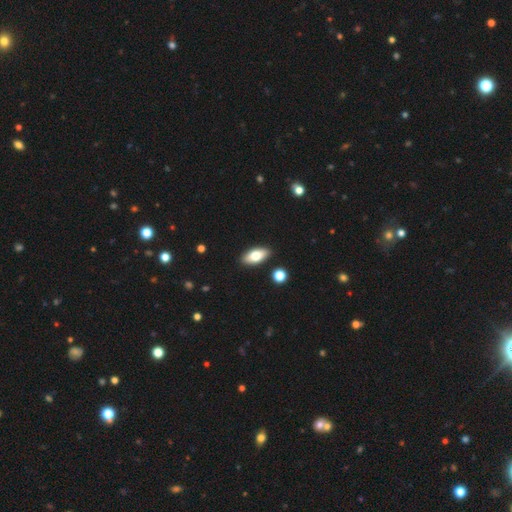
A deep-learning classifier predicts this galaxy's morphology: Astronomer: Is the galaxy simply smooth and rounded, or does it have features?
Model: smooth — 73%.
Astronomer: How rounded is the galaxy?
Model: in between — 85%.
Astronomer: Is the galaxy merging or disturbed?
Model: none — 88%.